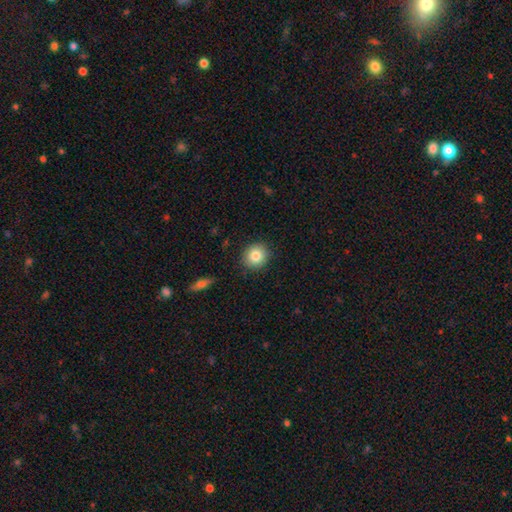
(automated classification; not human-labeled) A smooth galaxy with no disk features (83%) that is round (83%). Merging: none (89%).